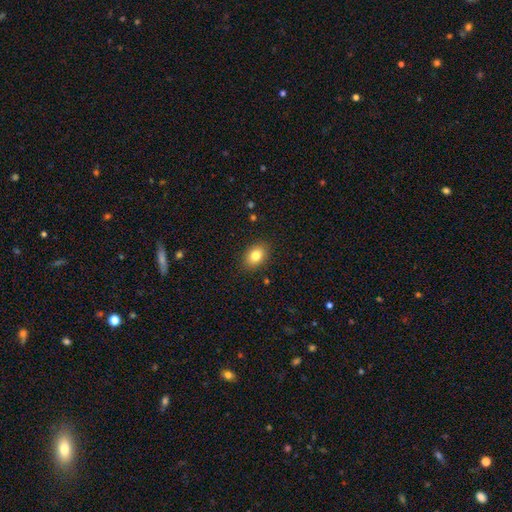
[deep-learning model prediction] Morphology: type=smooth (82%); roundness=in between (75%); merging=none (88%).